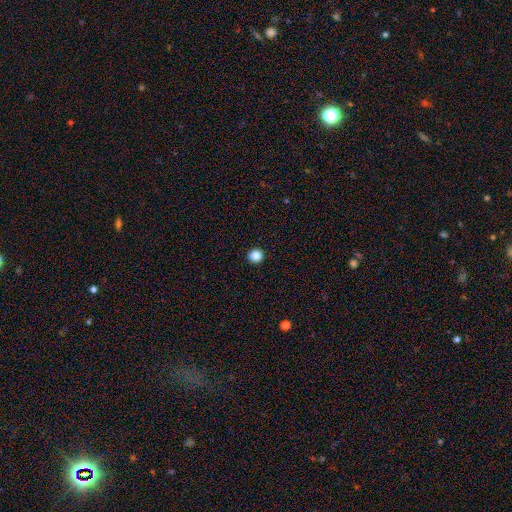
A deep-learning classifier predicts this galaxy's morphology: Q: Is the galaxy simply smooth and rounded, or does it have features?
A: smooth — 86%.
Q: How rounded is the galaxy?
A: round — 95%.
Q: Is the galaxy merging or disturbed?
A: none — 94%.